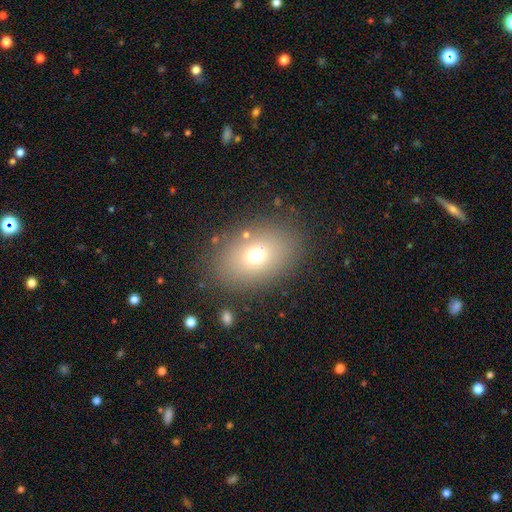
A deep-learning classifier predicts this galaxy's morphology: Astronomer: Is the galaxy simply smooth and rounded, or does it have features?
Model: smooth — 71%.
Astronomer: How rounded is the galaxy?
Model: in between — 80%.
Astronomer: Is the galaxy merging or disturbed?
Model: none — 83%.